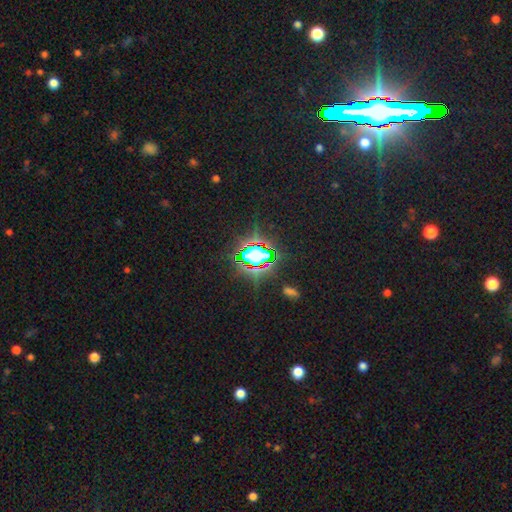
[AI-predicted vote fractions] smooth_or_featured: star or artifact (p=0.73) [alt: smooth p=0.16]